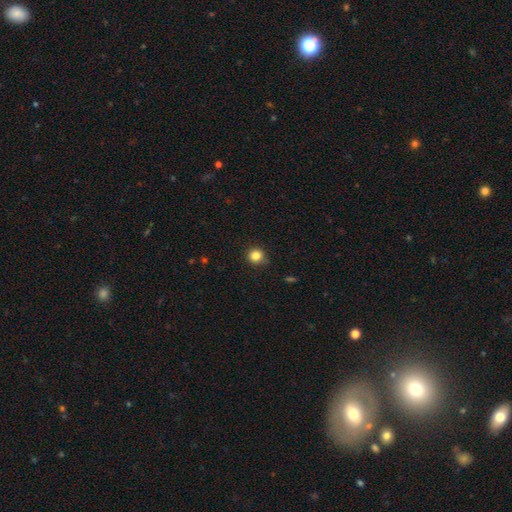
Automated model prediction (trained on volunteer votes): Overall: smooth (84%). How rounded: round (91%). Merging: none (86%).